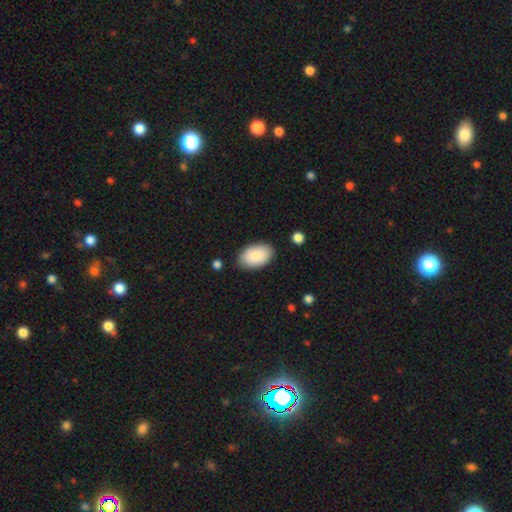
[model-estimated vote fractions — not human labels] Smooth or featured?
  - smooth: 86% *
  - featured or disk: 9%
  - star or artifact: 6%
How rounded?
  - in between: 93% *
  - round: 6%
  - cigar-shaped: 1%
Merging?
  - none: 84% *
  - minor disturbance: 12%
  - major disturbance: 2%
  - merger: 2%